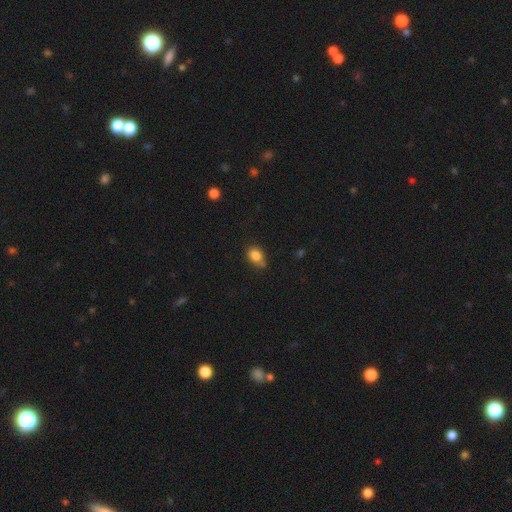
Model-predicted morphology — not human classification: Smooth or featured? smooth (84%)
How rounded? in between (59%)
Merging? none (58%)